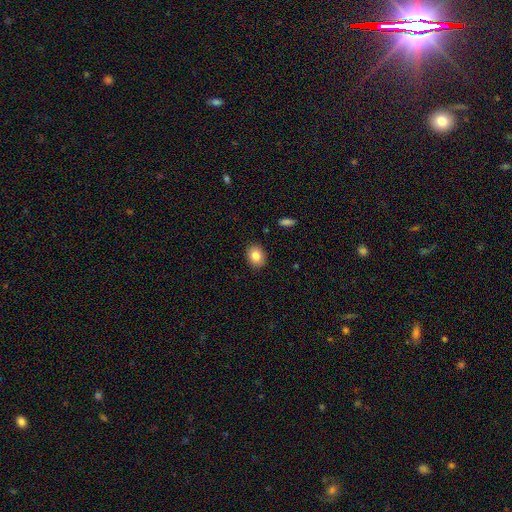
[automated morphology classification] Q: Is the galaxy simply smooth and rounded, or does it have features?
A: smooth — 83%.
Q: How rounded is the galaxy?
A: in between — 65%.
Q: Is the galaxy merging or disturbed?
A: none — 89%.